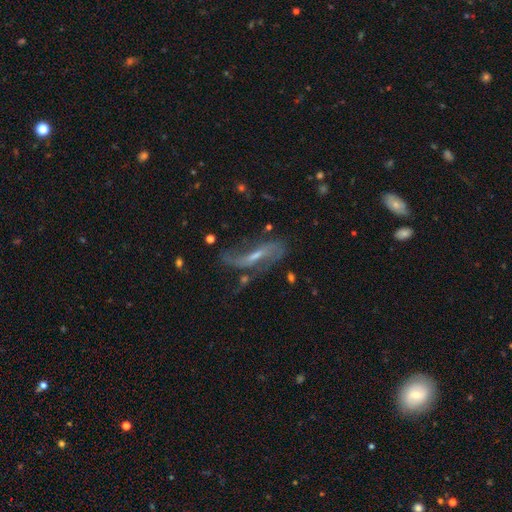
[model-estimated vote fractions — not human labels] This appears to be a featured or disk galaxy (80%) with a weak bar (40%), 2 (84%) loose (66%) spiral arms (89%) and a small central bulge (54%). Merging: none (51%).